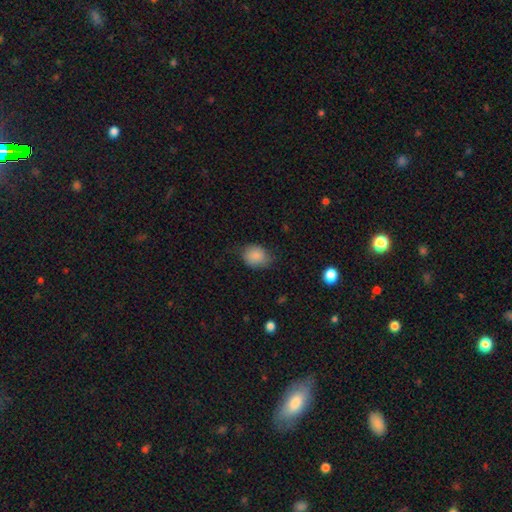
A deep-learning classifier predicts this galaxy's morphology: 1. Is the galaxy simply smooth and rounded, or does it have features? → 85% smooth, 8% star or artifact, 7% featured or disk.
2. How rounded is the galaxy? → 55% round, 44% in between, 1% cigar-shaped.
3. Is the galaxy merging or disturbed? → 66% none, 26% minor disturbance, 7% major disturbance, 1% merger.